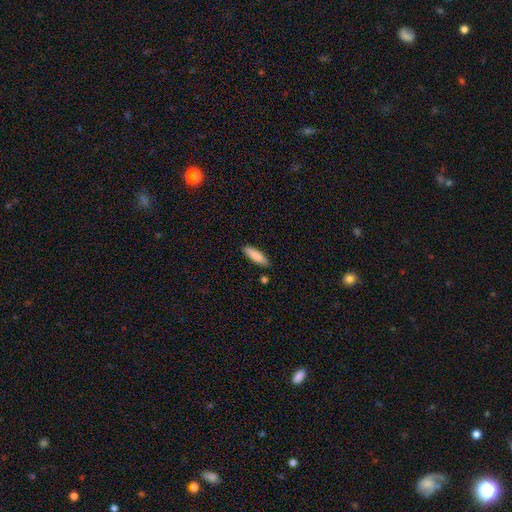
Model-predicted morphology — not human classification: smooth 81%, featured or disk 13%, star or artifact 6%. Down the decision tree: how rounded — cigar-shaped (62%); merging — none (85%).